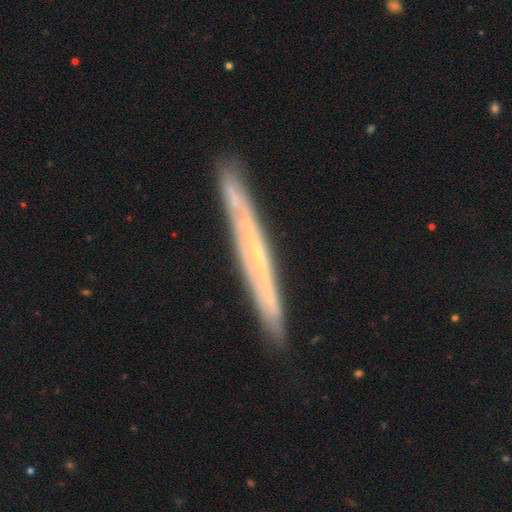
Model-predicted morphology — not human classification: Smooth or featured: featured or disk — 69% (smooth — 25%)
Edge-on disk: yes — 89% (no — 11%)
Edge-on bulge: none — 77% (rounded — 18%)
Merging: none — 86% (minor disturbance — 10%)